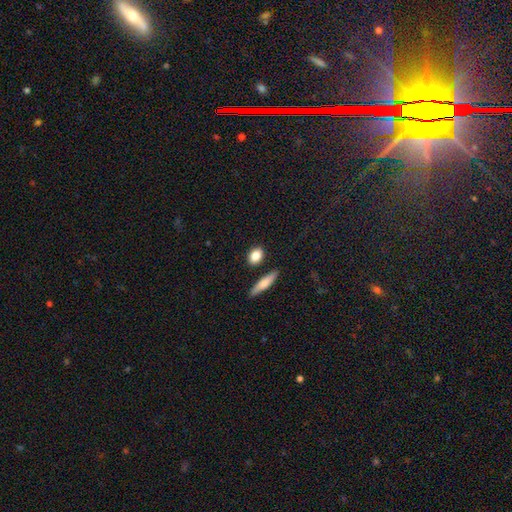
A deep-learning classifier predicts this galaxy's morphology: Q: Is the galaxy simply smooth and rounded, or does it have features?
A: smooth — 85%.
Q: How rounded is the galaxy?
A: in between — 61%.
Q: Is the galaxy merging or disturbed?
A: none — 83%.